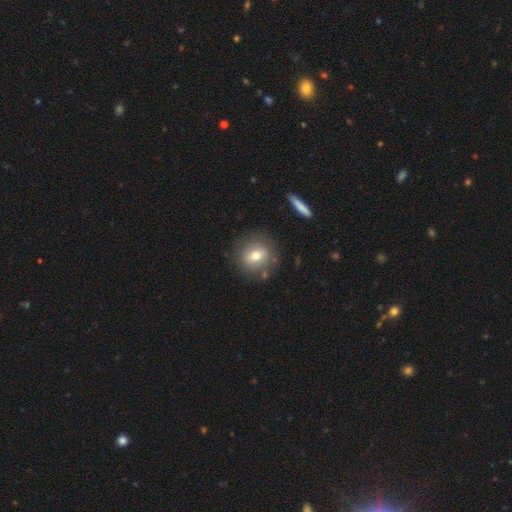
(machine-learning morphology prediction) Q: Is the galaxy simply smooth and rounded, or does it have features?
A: smooth — 75%.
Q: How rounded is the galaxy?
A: round — 84%.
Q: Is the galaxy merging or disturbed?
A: none — 81%.